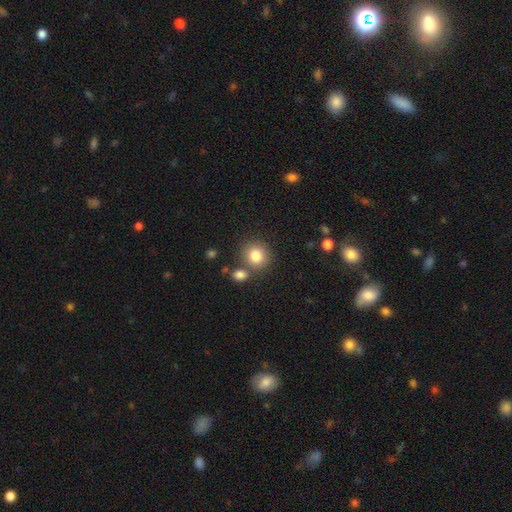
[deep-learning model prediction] Smooth or featured?
  - smooth: 83% *
  - star or artifact: 10%
  - featured or disk: 7%
How rounded?
  - round: 84% *
  - in between: 15%
  - cigar-shaped: 1%
Merging?
  - none: 72% *
  - merger: 15%
  - minor disturbance: 10%
  - major disturbance: 3%